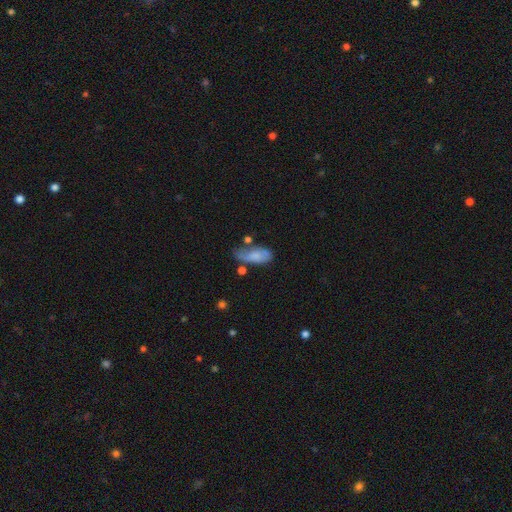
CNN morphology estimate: Smooth or featured: smooth — 70% (featured or disk — 22%)
How rounded: in between — 85% (cigar-shaped — 12%)
Merging: none — 40% (minor disturbance — 32%)